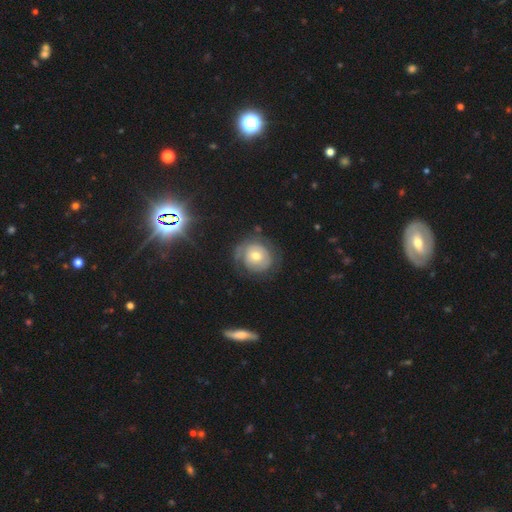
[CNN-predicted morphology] A featured or disk galaxy (56%) with no bar (79%), spiral arms (66%) and a moderate central bulge (61%). Merging: none (65%).